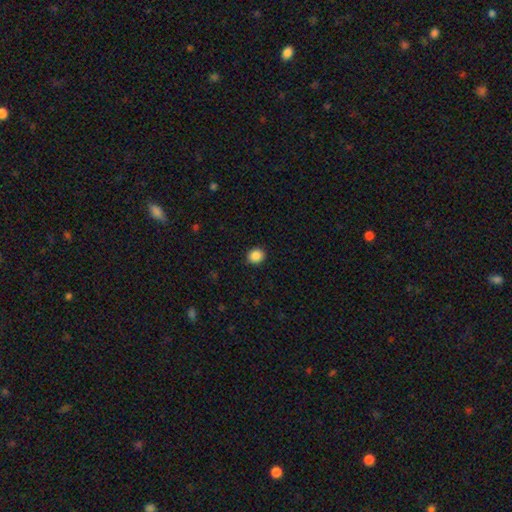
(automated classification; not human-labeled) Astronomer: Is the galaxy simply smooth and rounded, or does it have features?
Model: smooth — 88%.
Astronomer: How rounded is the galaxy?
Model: round — 73%.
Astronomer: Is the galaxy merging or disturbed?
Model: none — 90%.